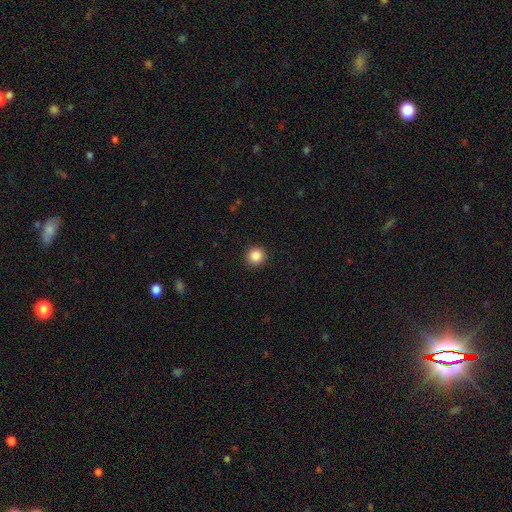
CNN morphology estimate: Smooth or featured?
  - smooth: 87% *
  - star or artifact: 10%
  - featured or disk: 3%
How rounded?
  - round: 95% *
  - in between: 4%
  - cigar-shaped: 1%
Merging?
  - none: 92% *
  - minor disturbance: 5%
  - major disturbance: 2%
  - merger: 1%